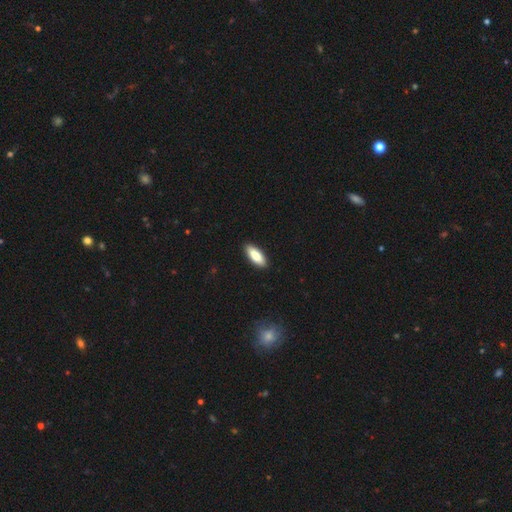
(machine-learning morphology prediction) Smooth or featured? smooth (83%)
How rounded? in between (73%)
Merging? none (91%)